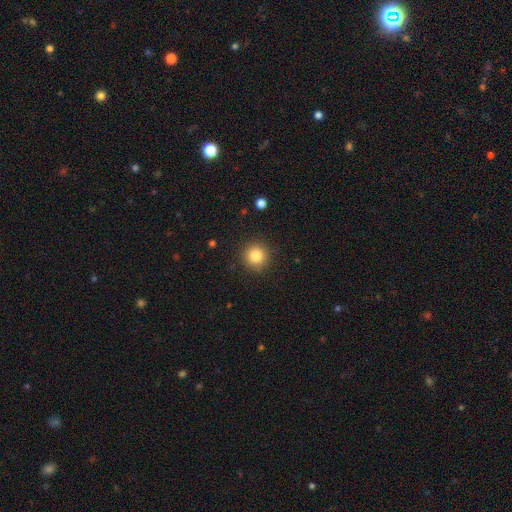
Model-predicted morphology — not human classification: smooth_or_featured: smooth (p=0.84) [alt: star or artifact p=0.11]
how_rounded: round (p=0.94) [alt: in between p=0.05]
merging: none (p=0.90) [alt: minor disturbance p=0.06]